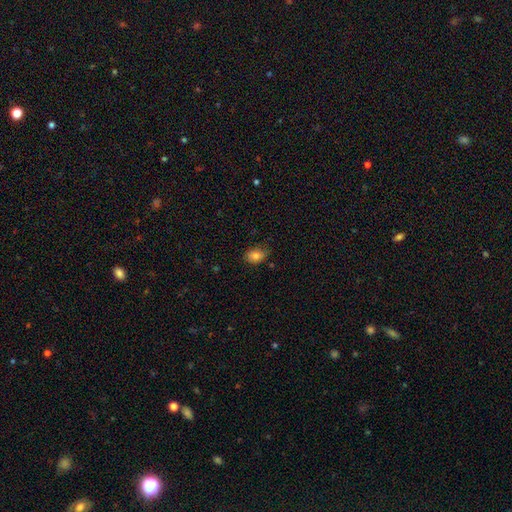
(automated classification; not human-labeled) smooth 81%, featured or disk 9%, star or artifact 9%. Down the decision tree: how rounded — in between (73%); merging — none (74%).